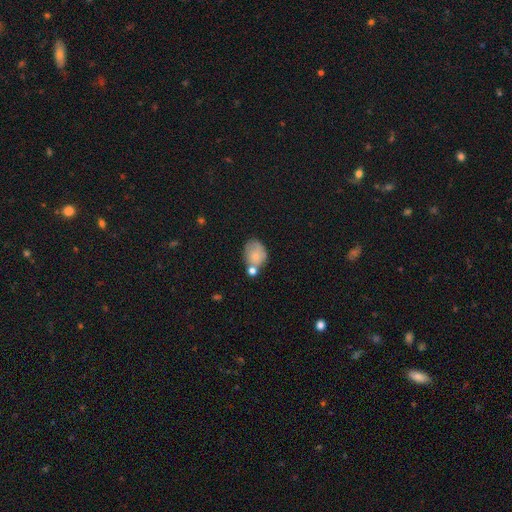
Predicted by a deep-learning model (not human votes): Overall: smooth (73%). How rounded: in between (61%; round 38%). Merging: none (45%; merger 25%).